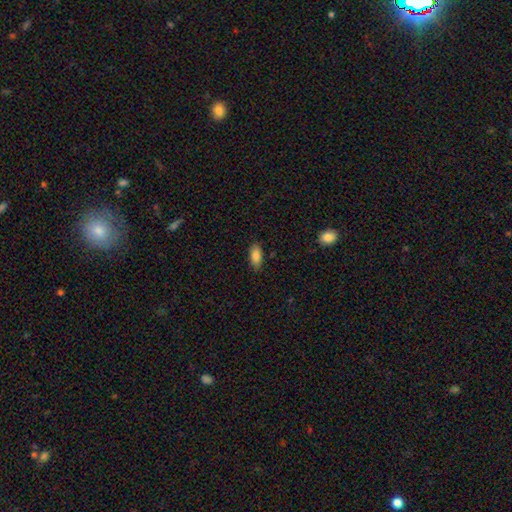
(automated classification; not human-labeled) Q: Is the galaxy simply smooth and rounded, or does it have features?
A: smooth — 86%.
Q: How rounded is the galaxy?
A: in between — 88%.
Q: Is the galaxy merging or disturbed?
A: none — 84%.